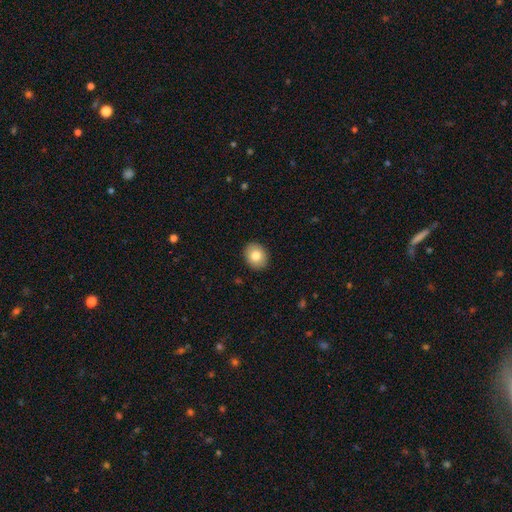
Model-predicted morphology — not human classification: Smooth or featured: smooth — 82% (featured or disk — 10%)
How rounded: round — 57% (in between — 42%)
Merging: none — 91% (minor disturbance — 7%)